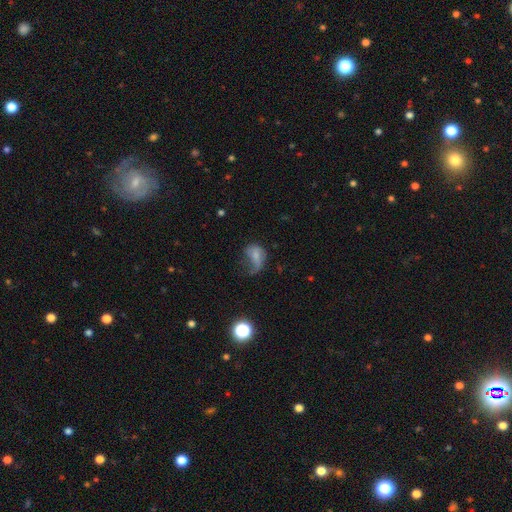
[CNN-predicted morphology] Smooth or featured? Predicted: smooth (p=0.56). How rounded? Predicted: in between (p=0.78). Merging? Predicted: major disturbance (p=0.49).